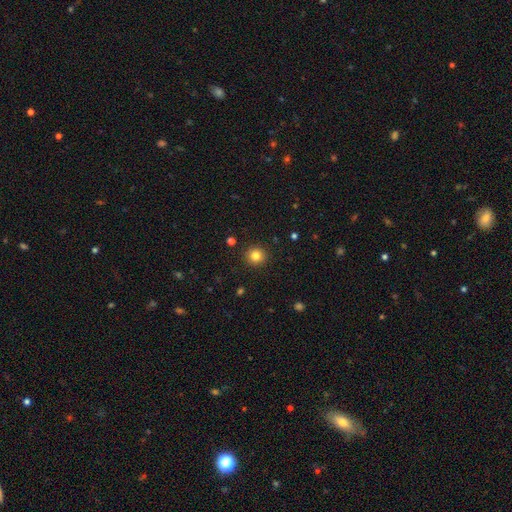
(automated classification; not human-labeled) Smooth or featured: smooth — 82% (star or artifact — 12%)
How rounded: round — 93% (in between — 6%)
Merging: none — 92% (minor disturbance — 5%)